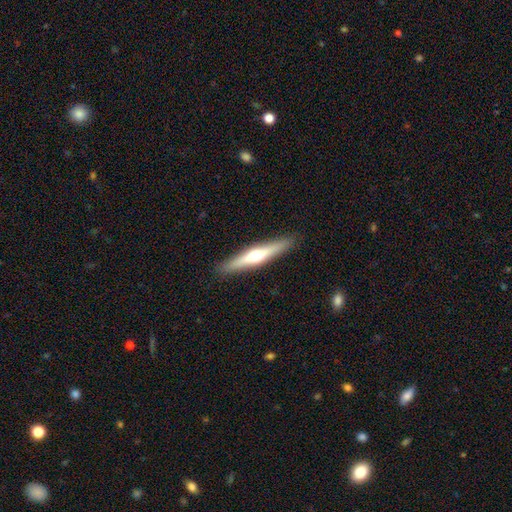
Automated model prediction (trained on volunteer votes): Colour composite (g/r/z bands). It shows a featured or disk galaxy (57%) viewed edge-on (95%) with a rounded central bulge (89%). Merging: none (91%).